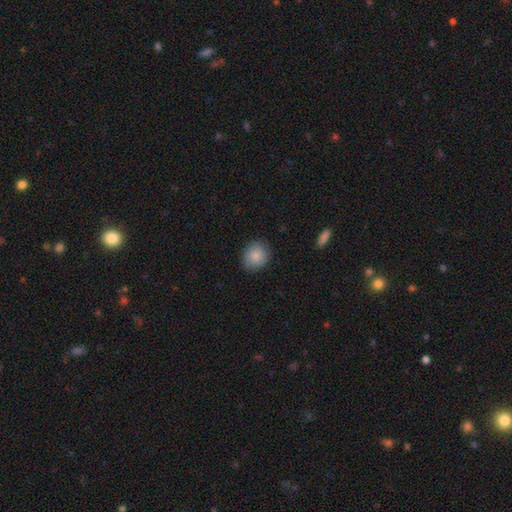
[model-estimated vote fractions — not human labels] A smooth galaxy with no disk features (86%) that is round (72%). Merging: none (85%).